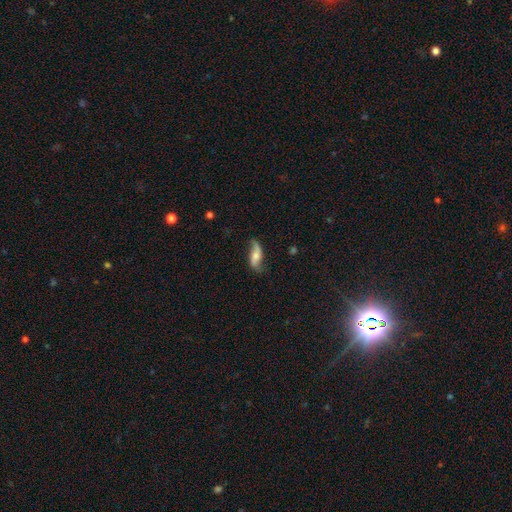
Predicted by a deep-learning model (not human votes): A featured or disk galaxy (66%) with no bar (56%), 2 (90%) loose (85%) spiral arms (92%) and a moderate central bulge (50%). Merging: none (70%).